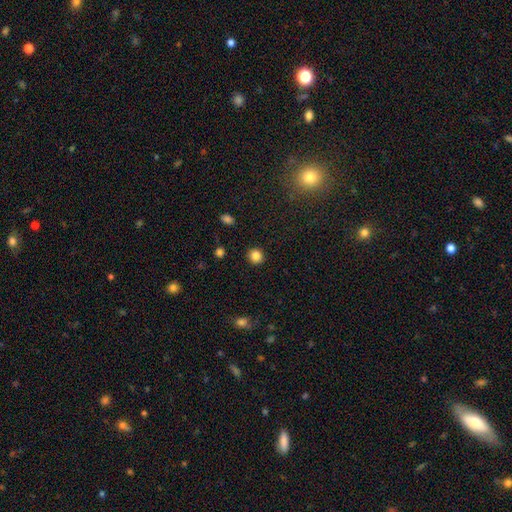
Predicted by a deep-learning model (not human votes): smooth_or_featured: smooth (p=0.85) [alt: star or artifact p=0.11]
how_rounded: round (p=0.89) [alt: in between p=0.10]
merging: none (p=0.92) [alt: minor disturbance p=0.05]